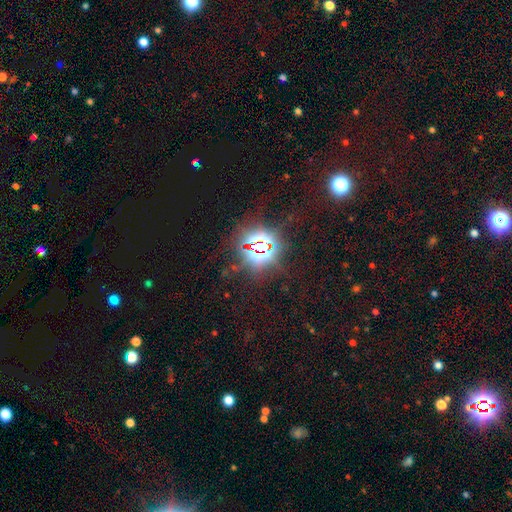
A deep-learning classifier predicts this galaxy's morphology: Overall: star or artifact (81%).